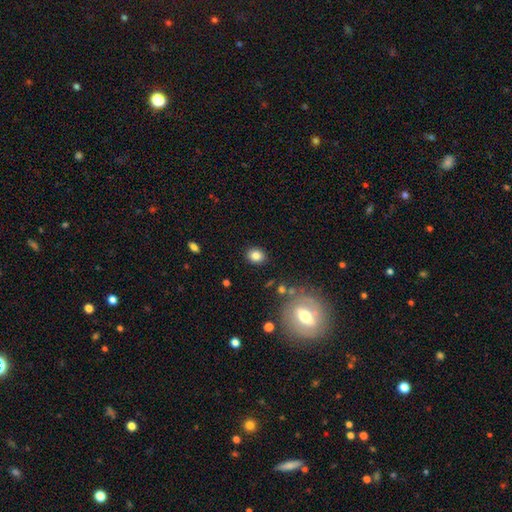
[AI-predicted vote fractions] A smooth galaxy with no disk features (82%) that is round (55%).

Vote fractions:
- Smooth or featured? smooth: 82% / star or artifact: 10% / featured or disk: 7%
- How rounded? round: 55% / in between: 44% / cigar-shaped: 1%
- Merging? none: 87% / minor disturbance: 8% / major disturbance: 3% / merger: 2%